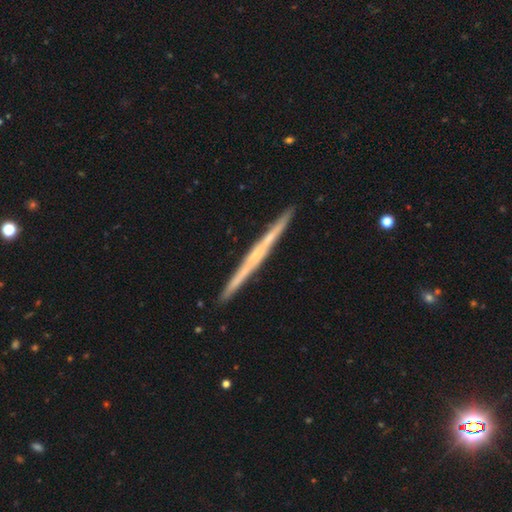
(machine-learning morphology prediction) smooth-or-featured: featured or disk: 75% | smooth: 20% | star or artifact: 5%
  disk-edge-on: yes: 98% | no: 2%
    edge-on-bulge: none: 53% | rounded: 40% | boxy: 7%
  merging: none: 92% | minor disturbance: 5% | merger: 1% | major disturbance: 1%